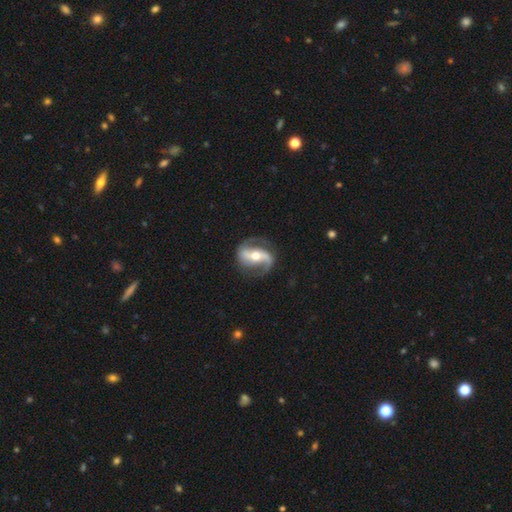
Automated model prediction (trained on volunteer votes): This appears to be a featured or disk galaxy (88%) with a strong bar (45%), 2 (90%) medium (45%) spiral arms (95%) and a moderate central bulge (69%). Merging: none (78%).